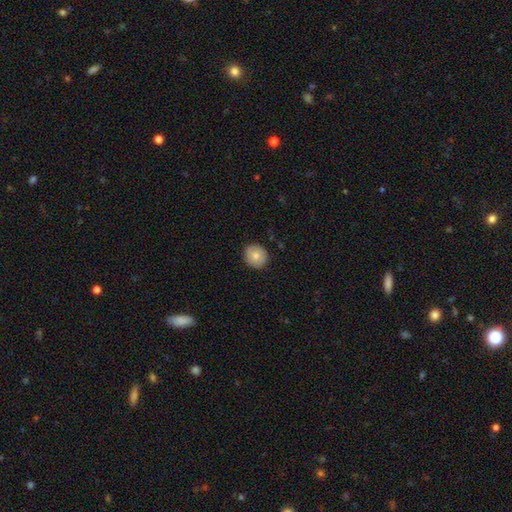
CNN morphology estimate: This is likely a smooth galaxy (78%). How rounded: clearly round (89%). Merging: clearly none (88%).